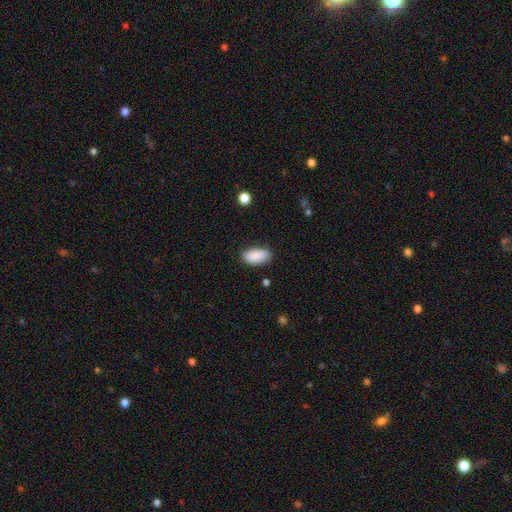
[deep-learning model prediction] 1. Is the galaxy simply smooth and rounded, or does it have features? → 89% smooth, 7% star or artifact, 4% featured or disk.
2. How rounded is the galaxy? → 93% in between, 4% cigar-shaped, 3% round.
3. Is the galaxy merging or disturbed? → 81% none, 14% minor disturbance, 3% major disturbance, 2% merger.